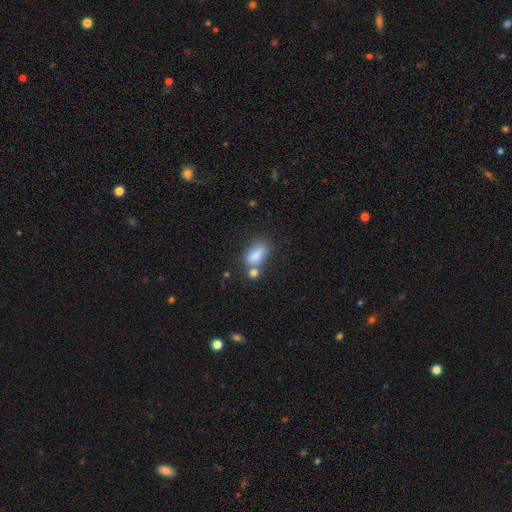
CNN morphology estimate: Smooth or featured? smooth (81%)
How rounded? in between (85%)
Merging? none (42%)